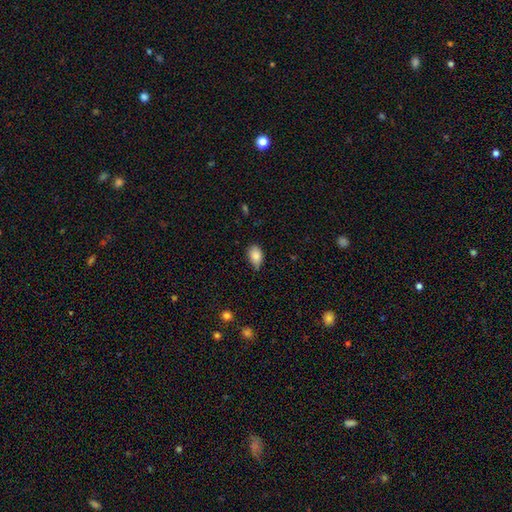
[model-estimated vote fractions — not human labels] This appears to be a smooth galaxy with no disk features (86%) that is in between round and cigar-shaped (86%). Merging: none (59%).